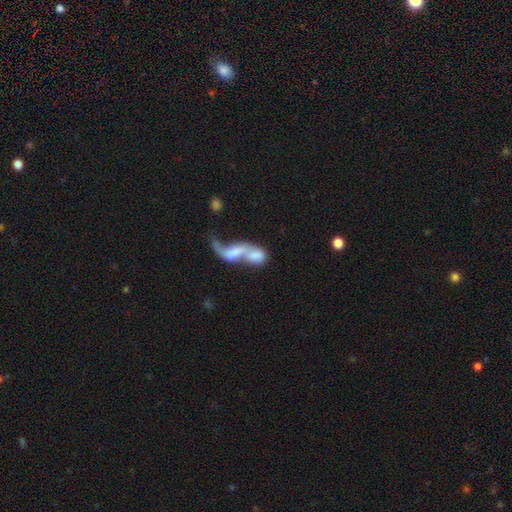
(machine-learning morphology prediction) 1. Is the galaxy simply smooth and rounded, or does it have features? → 49% smooth, 42% featured or disk, 9% star or artifact.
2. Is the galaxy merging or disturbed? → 73% merger, 11% major disturbance, 10% none, 5% minor disturbance.